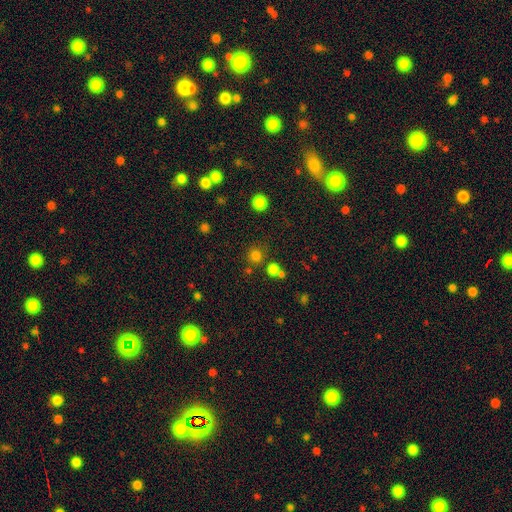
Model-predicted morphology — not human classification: Smooth or featured: smooth — 77% (star or artifact — 18%)
How rounded: round — 92% (in between — 8%)
Merging: none — 75% (merger — 13%)